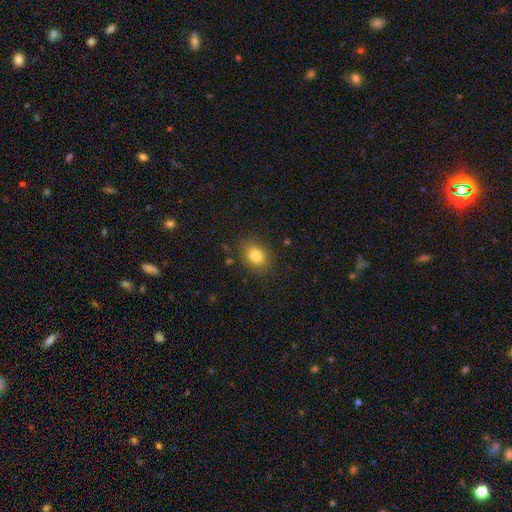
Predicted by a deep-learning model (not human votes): A smooth galaxy with no disk features (83%) that is in between round and cigar-shaped (52%). Merging: none (85%).